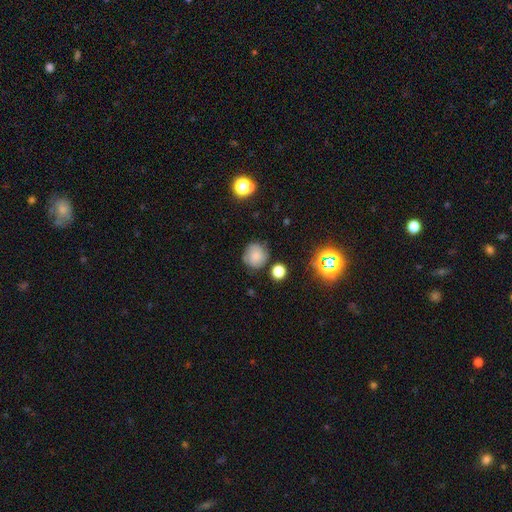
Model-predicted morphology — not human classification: The model was most divided on "smooth or featured": smooth: 67%, featured or disk: 19%, star or artifact: 14%. More confident: how rounded — round (85%); merging — none (69%).